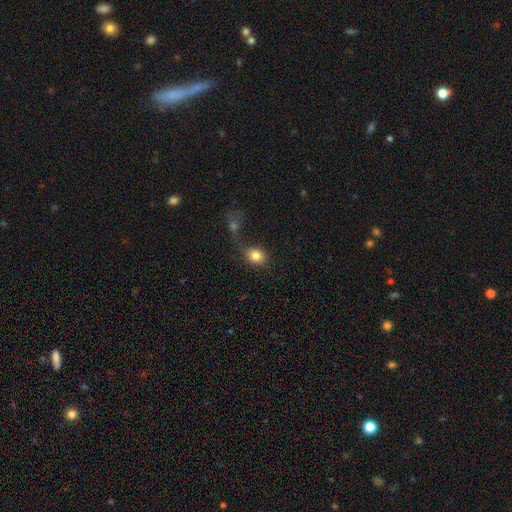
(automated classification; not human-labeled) Q: Smooth or featured?
A: smooth (83%); runner-up: star or artifact (9%)
Q: How rounded?
A: round (51%); runner-up: in between (47%)
Q: Merging?
A: none (49%); runner-up: merger (24%)